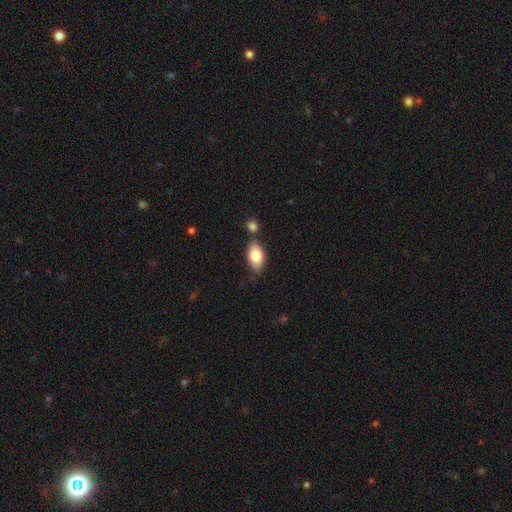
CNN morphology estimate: This is clearly a smooth galaxy (82%). How rounded: clearly in between (92%). Merging: likely none (65%).